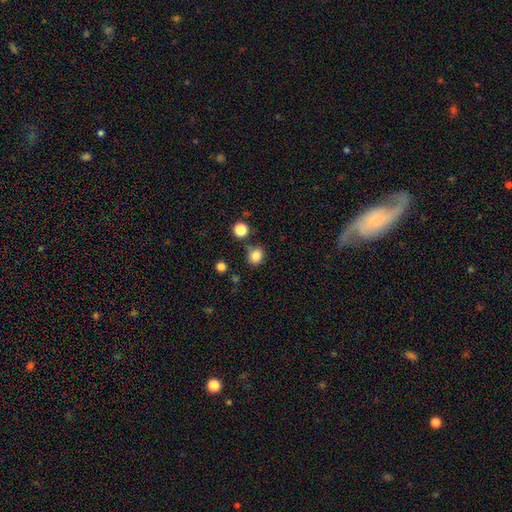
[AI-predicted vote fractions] smooth_or_featured: smooth (p=0.84) [alt: star or artifact p=0.11]
how_rounded: round (p=0.74) [alt: in between p=0.25]
merging: none (p=0.76) [alt: minor disturbance p=0.12]